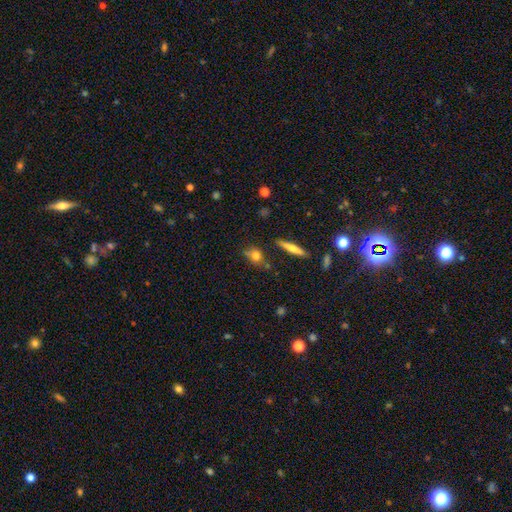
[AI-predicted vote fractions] smooth 65%, featured or disk 22%, star or artifact 13%. Down the decision tree: how rounded — in between (43%); merging — none (66%).